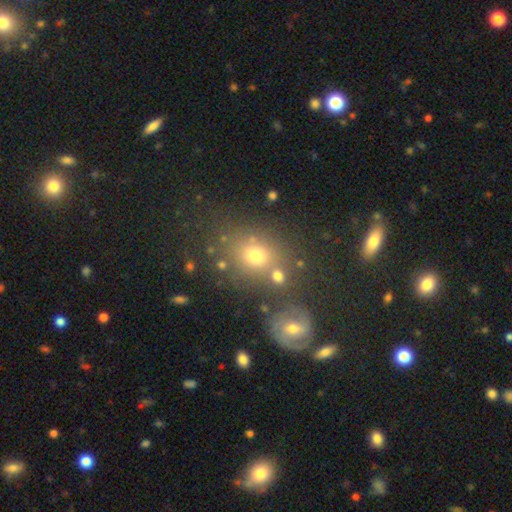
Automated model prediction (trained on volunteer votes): A smooth galaxy with no disk features (64%) that is round (61%). Merging: none (64%).